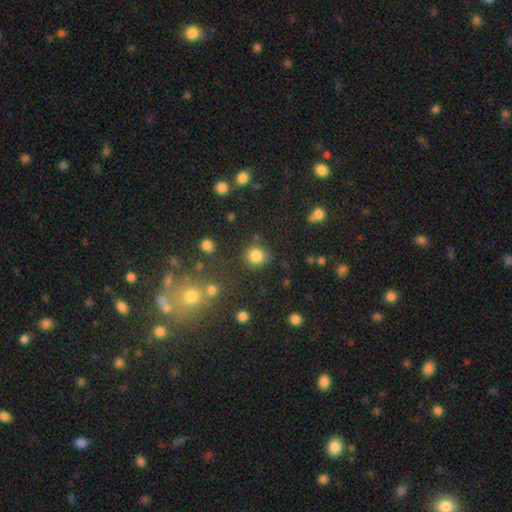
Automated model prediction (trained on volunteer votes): smooth 82%, star or artifact 12%, featured or disk 6%. Down the decision tree: how rounded — round (85%); merging — none (76%).